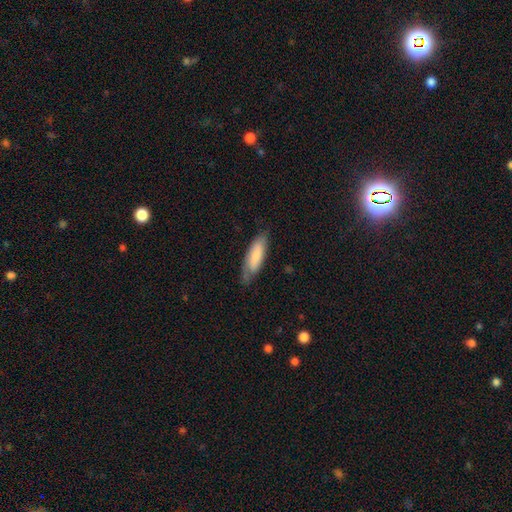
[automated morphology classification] smooth 75%, featured or disk 19%, star or artifact 6%. Down the decision tree: how rounded — in between (52%); merging — none (70%).